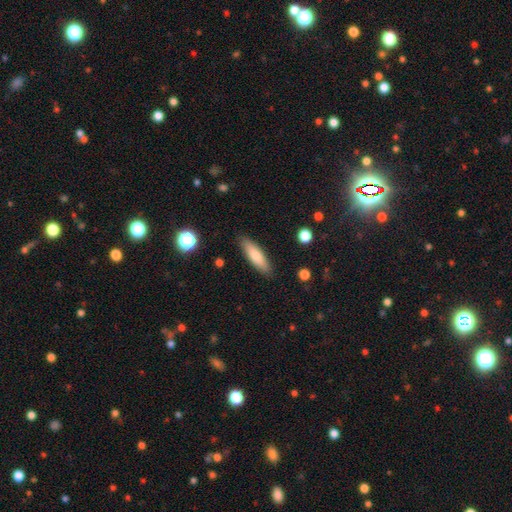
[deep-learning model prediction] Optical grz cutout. It shows a smooth galaxy with no disk features (76%) that is cigar-shaped (63%). Merging: none (87%).